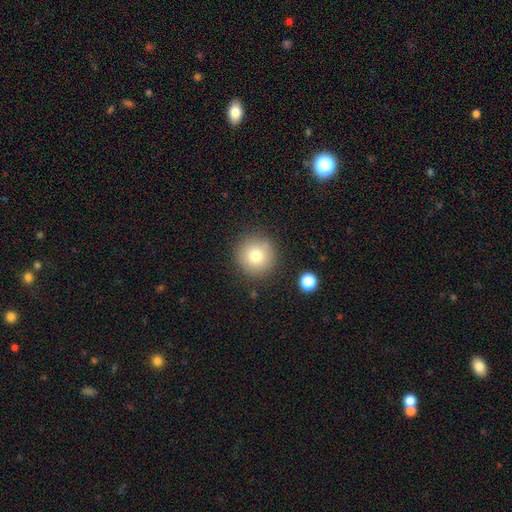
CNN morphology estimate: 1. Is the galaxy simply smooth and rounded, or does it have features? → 78% smooth, 11% star or artifact, 11% featured or disk.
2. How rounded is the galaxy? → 95% round, 4% in between, 1% cigar-shaped.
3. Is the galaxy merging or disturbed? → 87% none, 8% minor disturbance, 3% major disturbance, 2% merger.